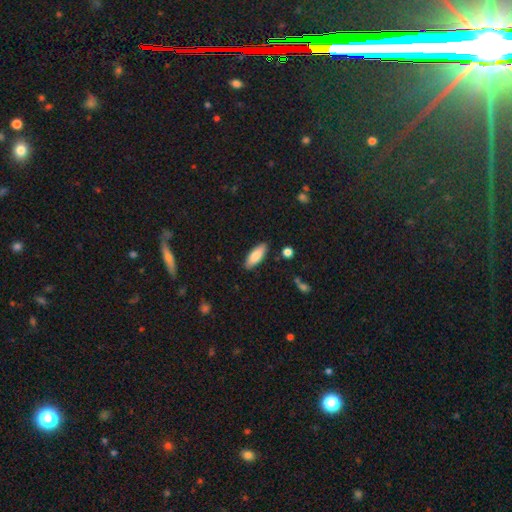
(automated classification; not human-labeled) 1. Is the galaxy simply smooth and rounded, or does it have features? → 83% smooth, 11% featured or disk, 6% star or artifact.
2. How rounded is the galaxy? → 71% in between, 27% cigar-shaped, 2% round.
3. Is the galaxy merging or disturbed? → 87% none, 10% minor disturbance, 2% major disturbance, 2% merger.